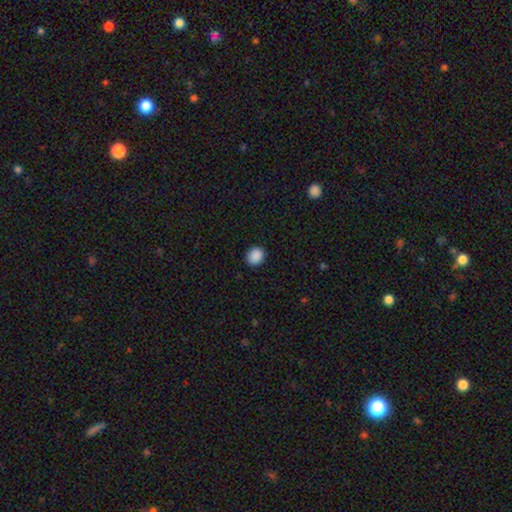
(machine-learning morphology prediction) Smooth or featured?
  - smooth: 89% *
  - star or artifact: 9%
  - featured or disk: 2%
How rounded?
  - round: 69% *
  - in between: 30%
  - cigar-shaped: 1%
Merging?
  - none: 89% *
  - minor disturbance: 8%
  - major disturbance: 2%
  - merger: 1%